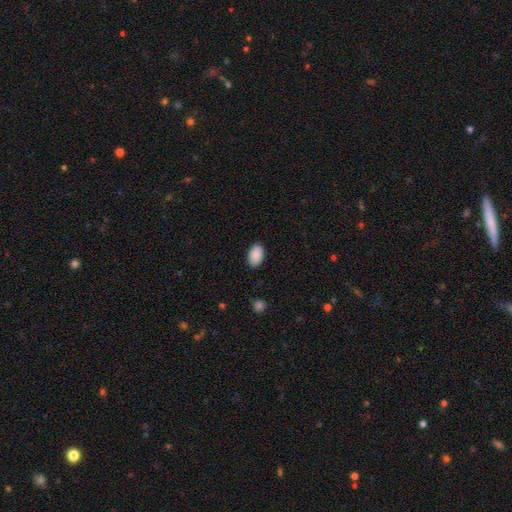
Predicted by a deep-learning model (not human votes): Q: Smooth or featured?
A: smooth (90%); runner-up: star or artifact (7%)
Q: How rounded?
A: in between (93%); runner-up: round (6%)
Q: Merging?
A: none (88%); runner-up: minor disturbance (9%)